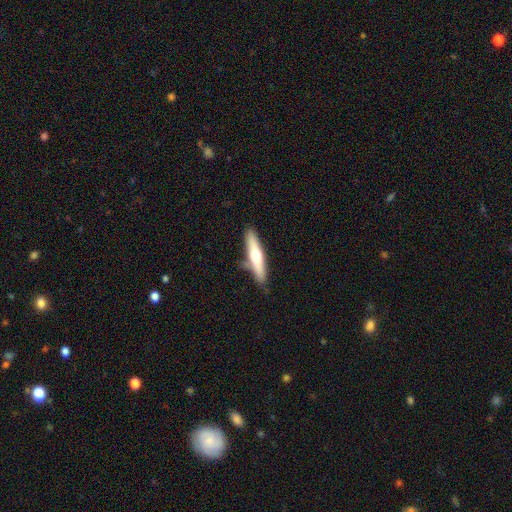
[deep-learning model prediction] Smooth or featured: smooth — 51% (featured or disk — 44%)
How rounded: cigar-shaped — 83% (in between — 16%)
Merging: none — 79% (minor disturbance — 14%)